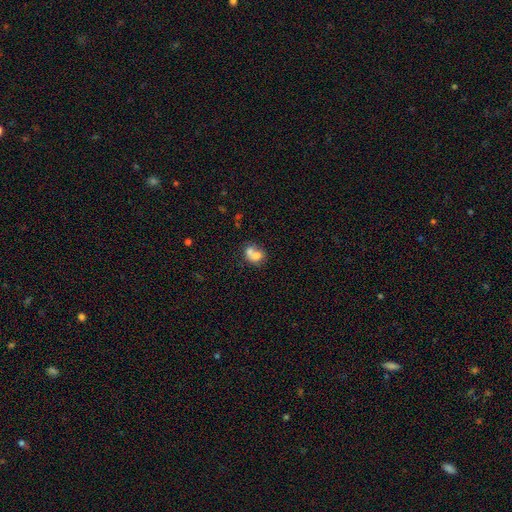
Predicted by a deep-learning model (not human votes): smooth-or-featured: smooth: 68% | featured or disk: 23% | star or artifact: 9%
  how-rounded: round: 59% | in between: 40% | cigar-shaped: 1%
  merging: merger: 66% | none: 23% | minor disturbance: 7% | major disturbance: 4%